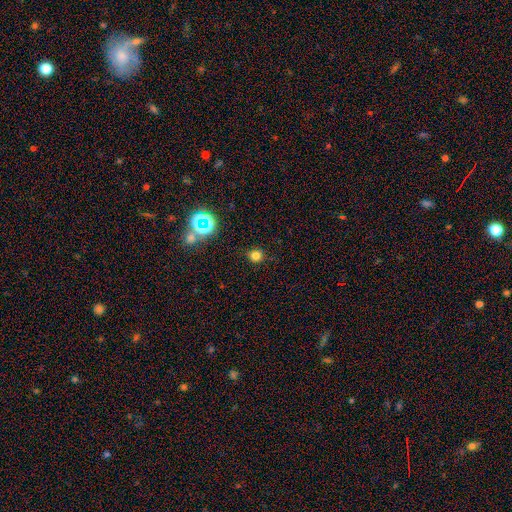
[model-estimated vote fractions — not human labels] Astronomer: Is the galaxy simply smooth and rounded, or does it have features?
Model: smooth — 75%.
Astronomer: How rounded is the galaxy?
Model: round — 85%.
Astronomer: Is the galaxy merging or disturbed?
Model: none — 86%.